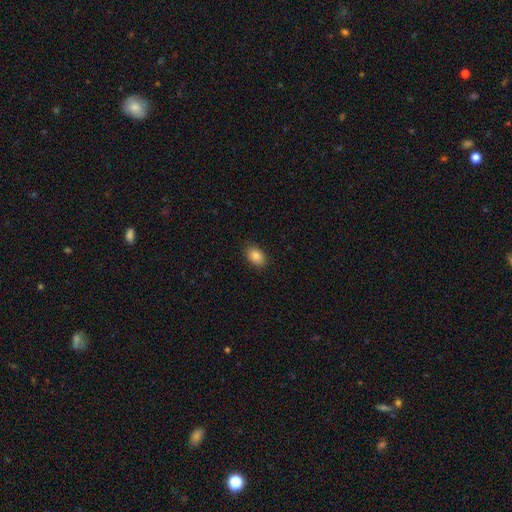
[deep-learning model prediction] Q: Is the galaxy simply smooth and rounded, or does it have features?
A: smooth — 85%.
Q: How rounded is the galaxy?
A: in between — 83%.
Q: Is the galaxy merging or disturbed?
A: none — 88%.